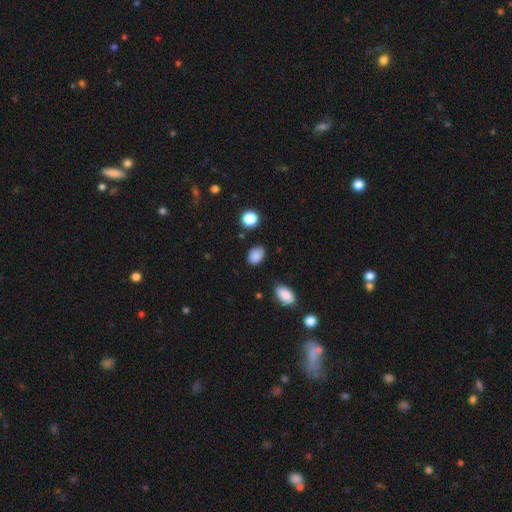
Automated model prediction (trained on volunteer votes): A smooth galaxy with no disk features (86%) that is in between round and cigar-shaped (73%). Merging: none (79%).